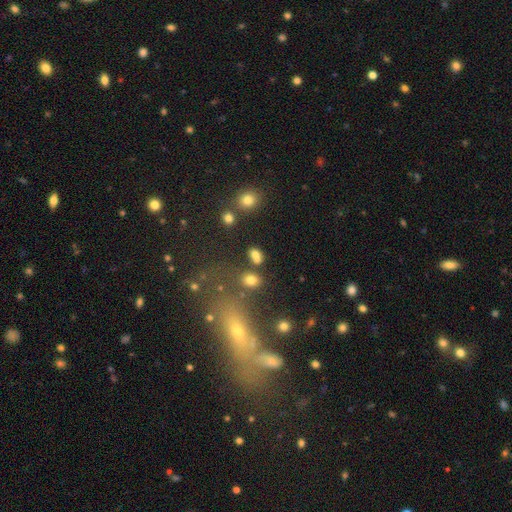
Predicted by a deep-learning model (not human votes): A smooth galaxy with no disk features (75%) that is in between round and cigar-shaped (74%). Merging: none (57%).